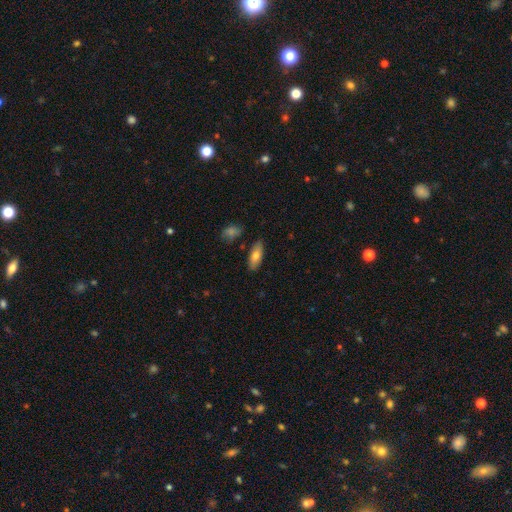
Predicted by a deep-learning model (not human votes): Overall: smooth (76%). How rounded: in between (76%). Merging: none (84%).